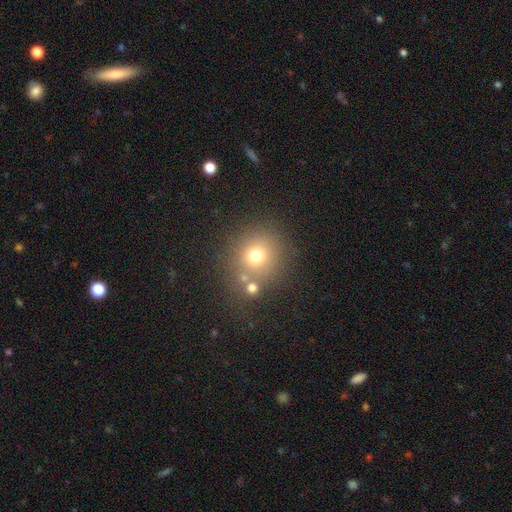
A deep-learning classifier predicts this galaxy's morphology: type=smooth (70%); roundness=round (89%); merging=none (73%).